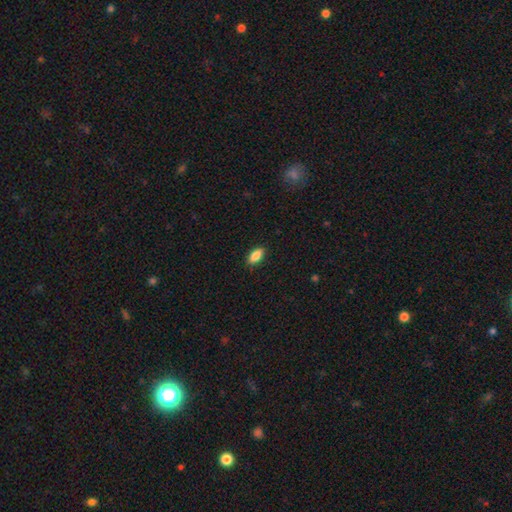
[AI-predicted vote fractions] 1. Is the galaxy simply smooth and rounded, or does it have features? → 86% smooth, 7% star or artifact, 6% featured or disk.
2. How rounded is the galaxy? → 87% in between, 10% cigar-shaped, 3% round.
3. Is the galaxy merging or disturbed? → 88% none, 9% minor disturbance, 2% major disturbance, 1% merger.